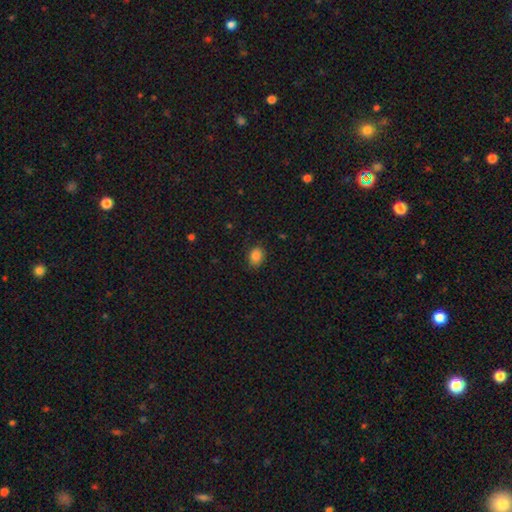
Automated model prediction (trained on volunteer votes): Overall: smooth (87%). How rounded: in between (66%; round 33%). Merging: none (83%).